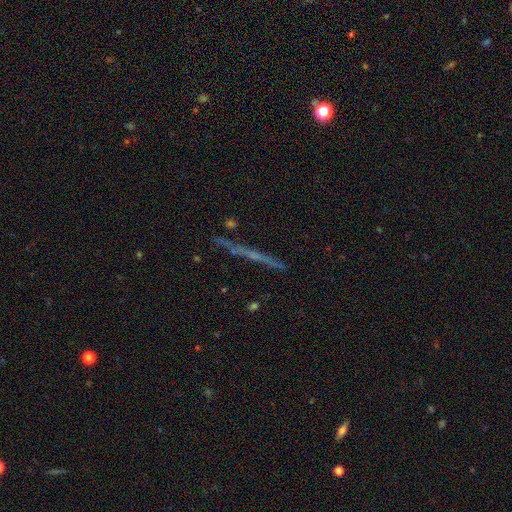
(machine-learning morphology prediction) smooth-or-featured: featured or disk: 66% | smooth: 23% | star or artifact: 12%
  disk-edge-on: yes: 96% | no: 4%
    edge-on-bulge: none: 61% | rounded: 31% | boxy: 8%
  merging: none: 86% | minor disturbance: 9% | major disturbance: 3% | merger: 2%